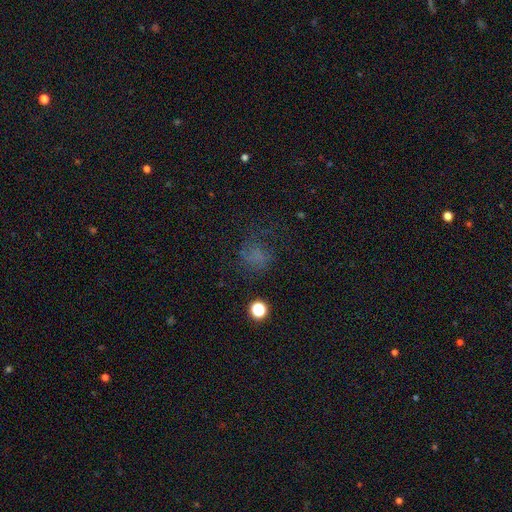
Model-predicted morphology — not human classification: Overall: smooth (55%; star or artifact 28%). How rounded: round (70%). Merging: none (56%; major disturbance 22%).